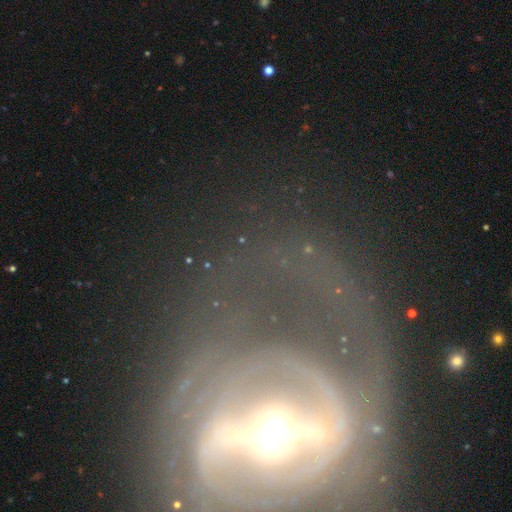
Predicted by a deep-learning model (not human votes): This appears to be a featured or disk galaxy (79%) with a strong bar (65%), spiral arms (69%) and a moderate central bulge (59%). Merging: none (62%).